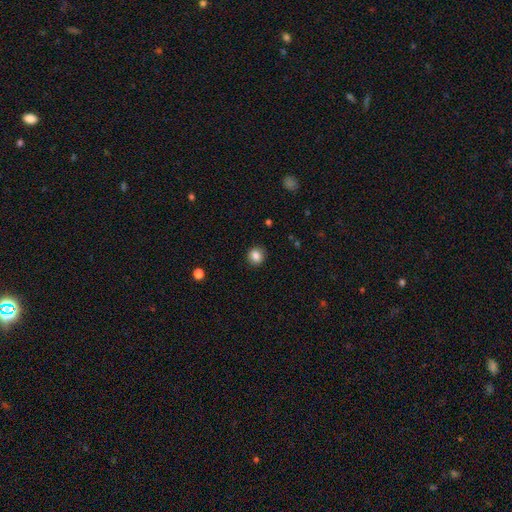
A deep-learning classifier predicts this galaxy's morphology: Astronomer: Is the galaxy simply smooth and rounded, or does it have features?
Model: smooth — 85%.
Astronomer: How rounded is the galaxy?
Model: round — 83%.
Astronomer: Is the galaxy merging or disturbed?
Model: none — 89%.